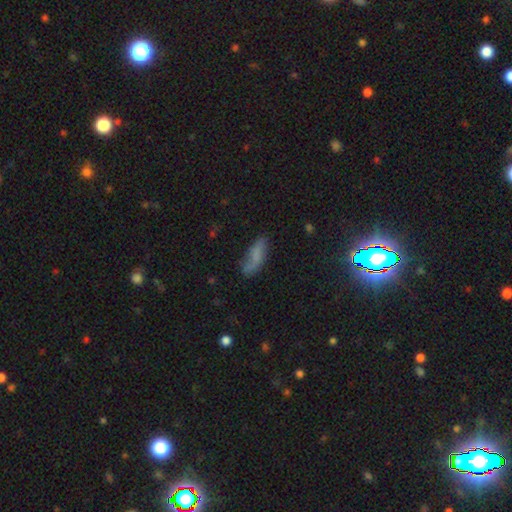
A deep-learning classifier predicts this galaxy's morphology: A smooth galaxy with no disk features (59%) that is in between round and cigar-shaped (66%). Merging: none (54%).